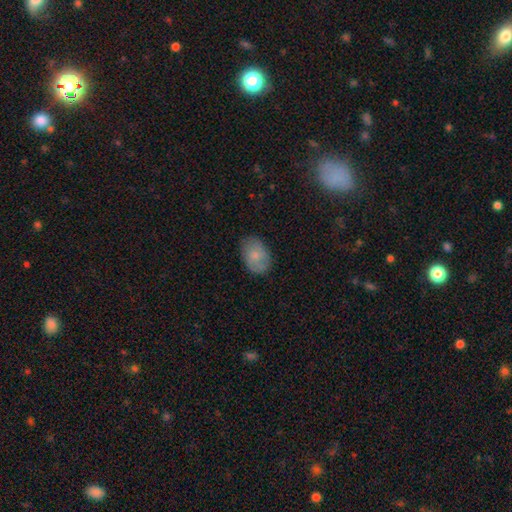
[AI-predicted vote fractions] Overall: smooth (75%). How rounded: in between (82%). Merging: none (78%).